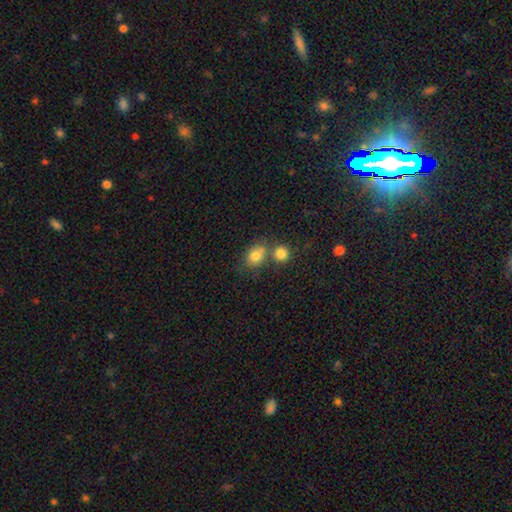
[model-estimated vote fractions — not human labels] Morphology: type=smooth (80%); roundness=round (52%); merging=none (48%).